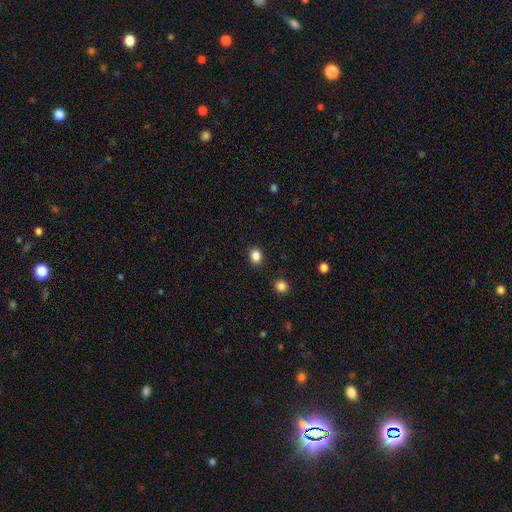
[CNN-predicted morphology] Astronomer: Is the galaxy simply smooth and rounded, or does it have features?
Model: smooth — 86%.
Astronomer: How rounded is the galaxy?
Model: round — 56% (runner-up: in between, 43%).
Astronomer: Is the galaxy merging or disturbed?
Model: none — 88%.